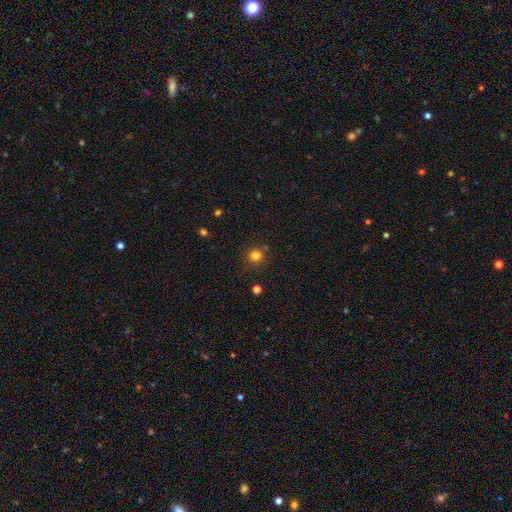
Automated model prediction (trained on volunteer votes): Smooth or featured: smooth — 80% (star or artifact — 15%)
How rounded: round — 92% (in between — 7%)
Merging: none — 83% (minor disturbance — 9%)